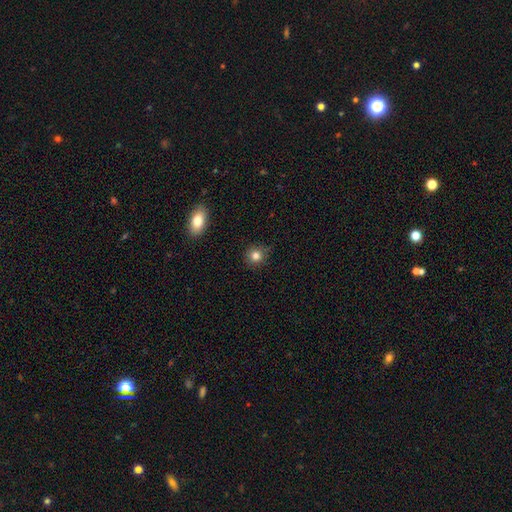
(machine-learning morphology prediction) Q: Smooth or featured?
A: smooth (82%); runner-up: star or artifact (12%)
Q: How rounded?
A: round (89%); runner-up: in between (10%)
Q: Merging?
A: none (84%); runner-up: minor disturbance (12%)